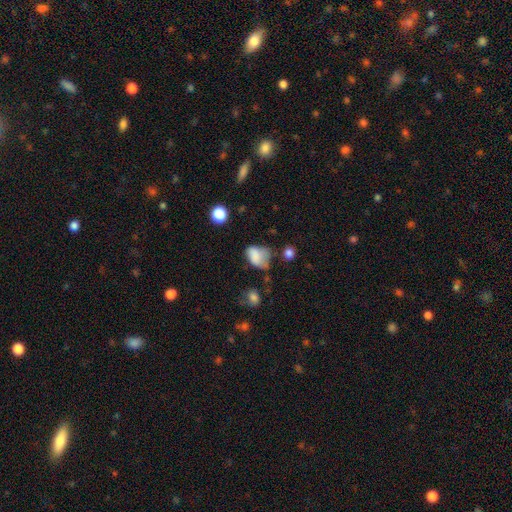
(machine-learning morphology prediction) smooth 76%, featured or disk 14%, star or artifact 11%. Down the decision tree: how rounded — in between (72%); merging — minor disturbance (36%).